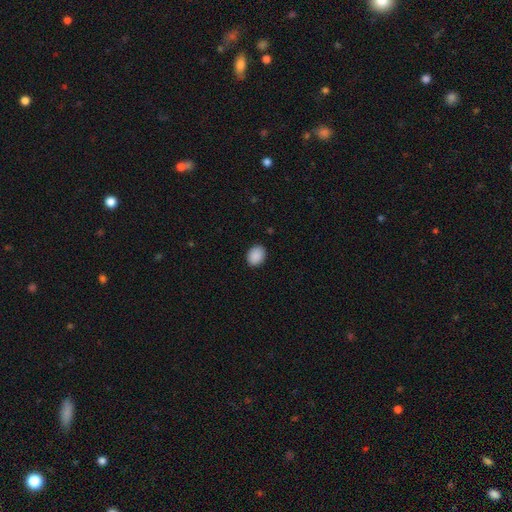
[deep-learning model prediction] Q: Smooth or featured?
A: smooth (90%); runner-up: star or artifact (8%)
Q: How rounded?
A: in between (59%); runner-up: round (40%)
Q: Merging?
A: none (88%); runner-up: minor disturbance (9%)